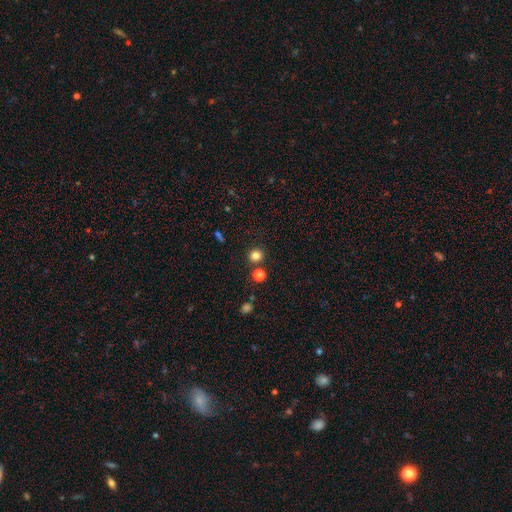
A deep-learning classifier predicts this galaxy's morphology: Smooth or featured: smooth — 81% (star or artifact — 14%)
How rounded: round — 88% (in between — 11%)
Merging: none — 82% (merger — 8%)